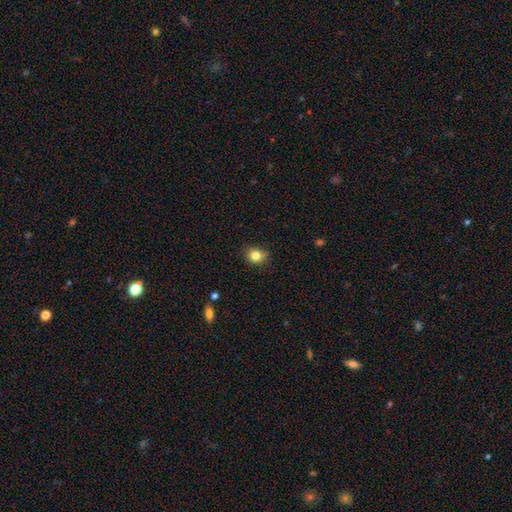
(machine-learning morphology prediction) Smooth or featured: smooth — 81% (star or artifact — 12%)
How rounded: round — 67% (in between — 32%)
Merging: none — 71% (minor disturbance — 23%)